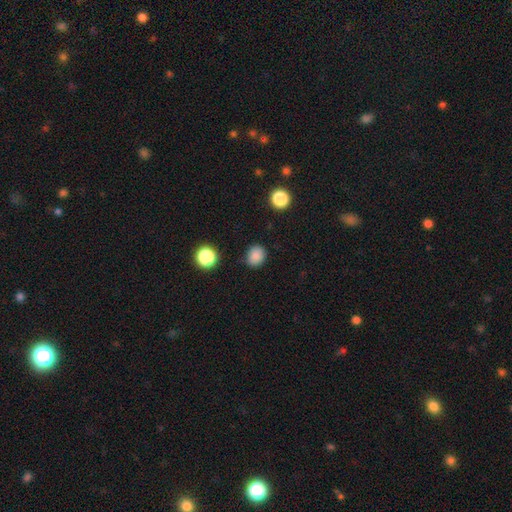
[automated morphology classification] A smooth galaxy with no disk features (85%) that is round (62%).

Vote fractions:
- Smooth or featured? smooth: 85% / star or artifact: 11% / featured or disk: 4%
- How rounded? round: 62% / in between: 37% / cigar-shaped: 1%
- Merging? none: 84% / minor disturbance: 11% / major disturbance: 3% / merger: 2%